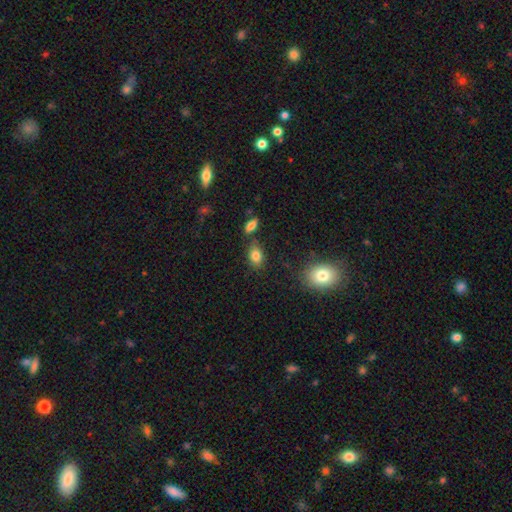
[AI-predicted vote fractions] smooth-or-featured: smooth: 82% | star or artifact: 10% | featured or disk: 8%
  how-rounded: in between: 78% | round: 20% | cigar-shaped: 2%
  merging: none: 75% | minor disturbance: 14% | merger: 8% | major disturbance: 4%